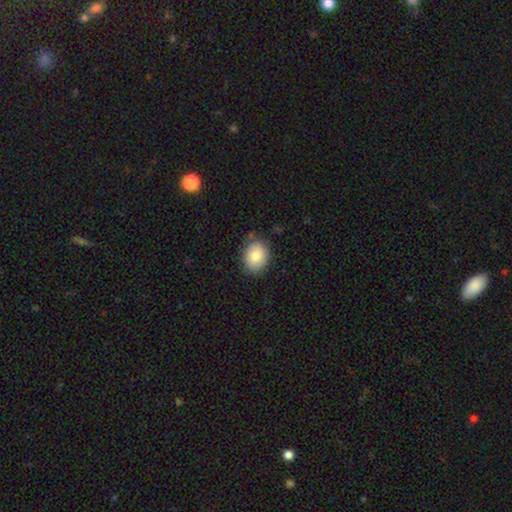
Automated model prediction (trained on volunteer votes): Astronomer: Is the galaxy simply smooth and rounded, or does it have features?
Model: smooth — 84%.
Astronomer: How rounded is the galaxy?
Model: in between — 55% (runner-up: round, 44%).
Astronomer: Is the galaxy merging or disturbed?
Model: none — 83%.